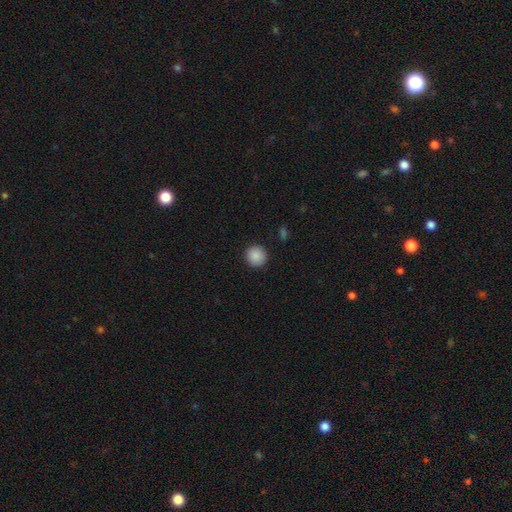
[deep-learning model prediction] This is clearly a smooth galaxy (88%). How rounded: clearly round (94%). Merging: clearly none (92%).